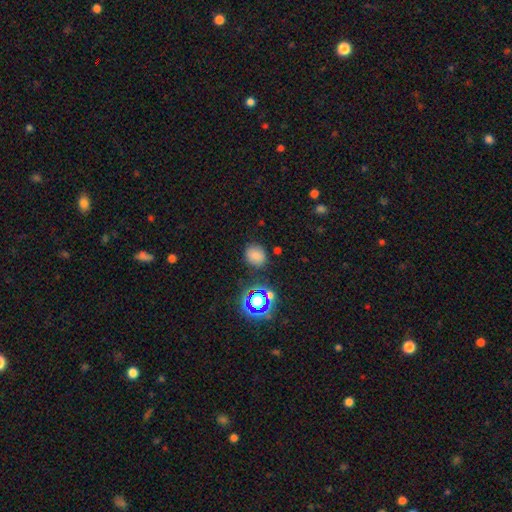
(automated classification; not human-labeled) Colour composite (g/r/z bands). It shows a smooth galaxy with no disk features (74%) that is round (72%). Merging: none (81%).